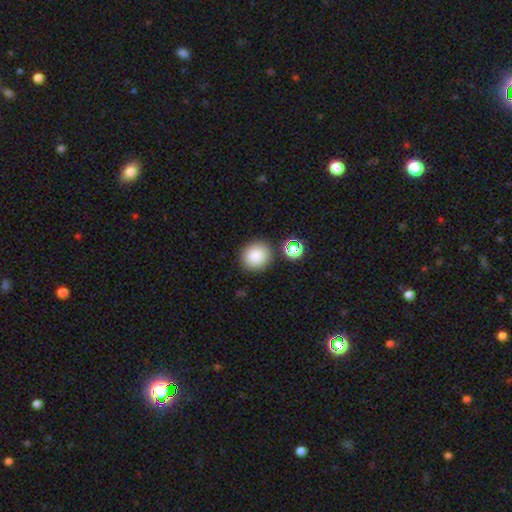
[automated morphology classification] Smooth or featured? Predicted: smooth (p=0.85). How rounded? Predicted: round (p=0.89). Merging? Predicted: none (p=0.84).